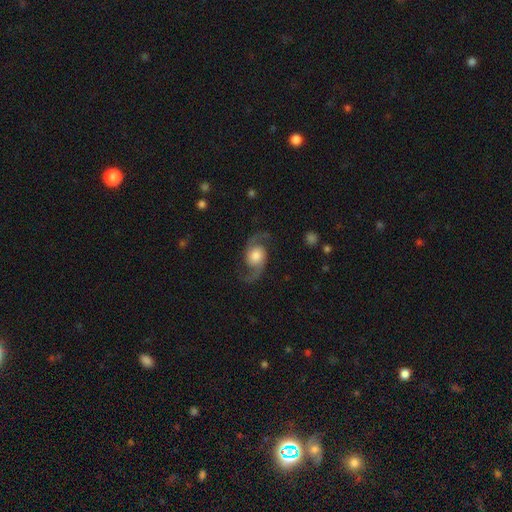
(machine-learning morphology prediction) Smooth or featured? featured or disk (88%)
Edge-on disk? no (97%)
Bar? no (71%)
Spiral arms? yes (97%)
Spiral winding? loose (57%)
Spiral arm count? 2 (95%)
Bulge size? moderate (42%)
Merging? none (81%)